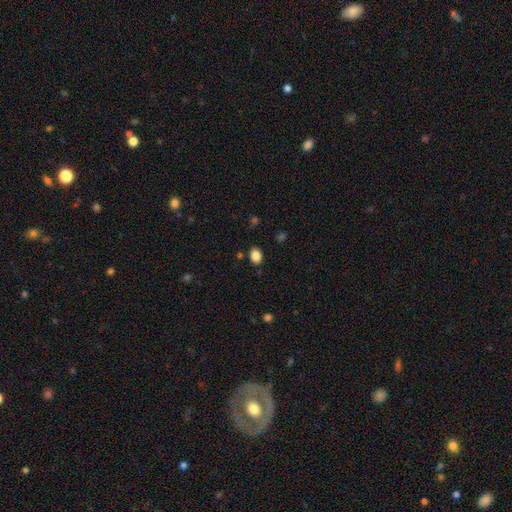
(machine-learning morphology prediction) type=smooth (86%); roundness=in between (69%); merging=none (86%).